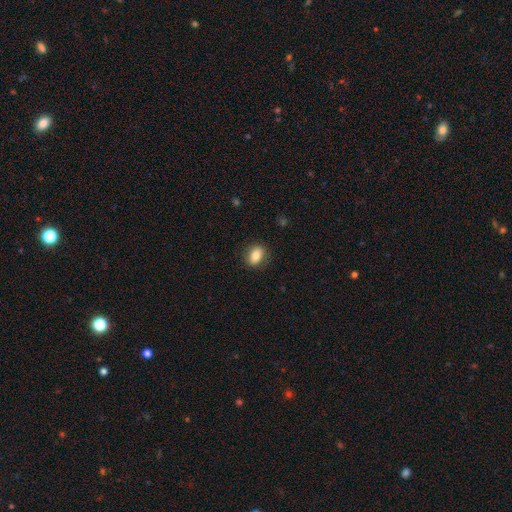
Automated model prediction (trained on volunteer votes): Overall: smooth (81%). How rounded: in between (68%; round 30%). Merging: none (86%).